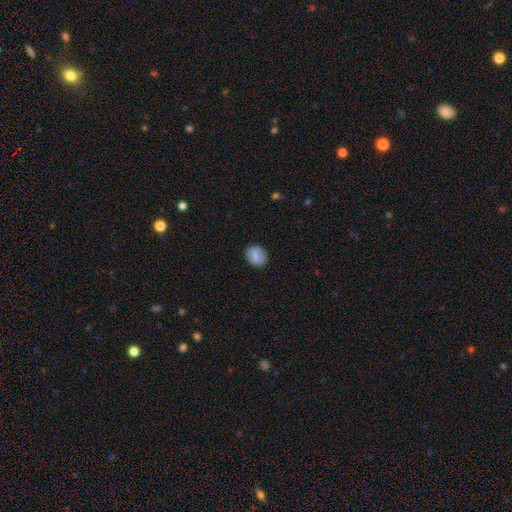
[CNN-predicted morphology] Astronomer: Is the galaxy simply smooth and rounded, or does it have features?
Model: smooth — 73%.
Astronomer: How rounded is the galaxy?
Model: round — 55% (runner-up: in between, 44%).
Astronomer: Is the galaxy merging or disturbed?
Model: none — 87%.